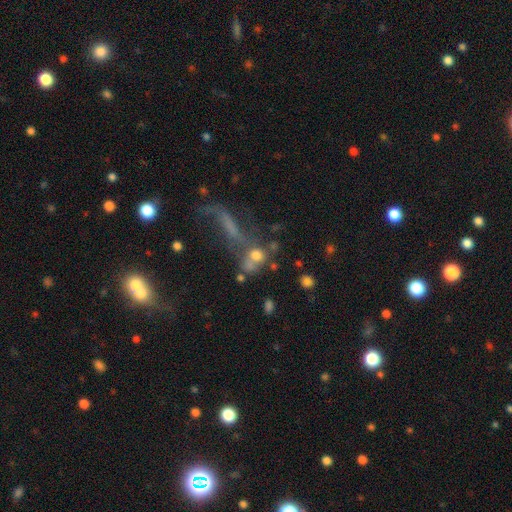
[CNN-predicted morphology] A smooth galaxy with no disk features (62%) that is round (59%).

Vote fractions:
- Smooth or featured? smooth: 62% / featured or disk: 21% / star or artifact: 17%
- How rounded? round: 59% / in between: 34% / cigar-shaped: 8%
- Merging? merger: 36% / none: 33% / major disturbance: 19% / minor disturbance: 12%